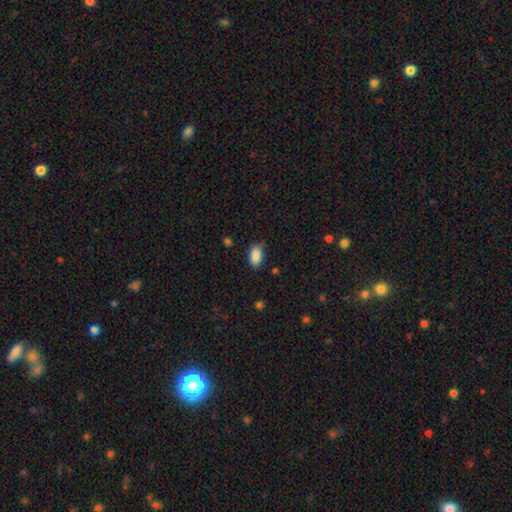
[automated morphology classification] This is clearly a smooth galaxy (89%). How rounded: clearly in between (93%). Merging: clearly none (80%).